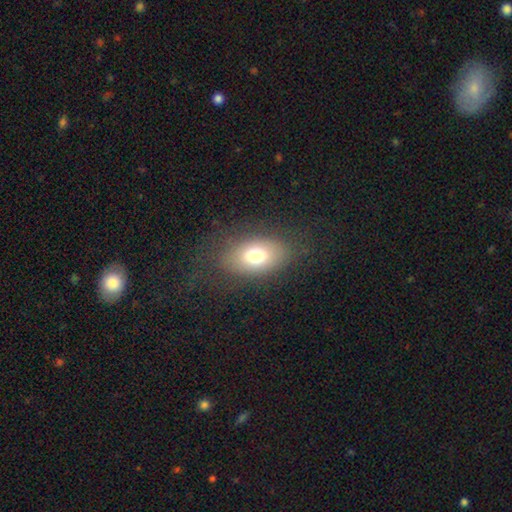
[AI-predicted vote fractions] This appears to be a smooth galaxy with no disk features (73%) that is in between round and cigar-shaped (84%). Merging: none (77%).